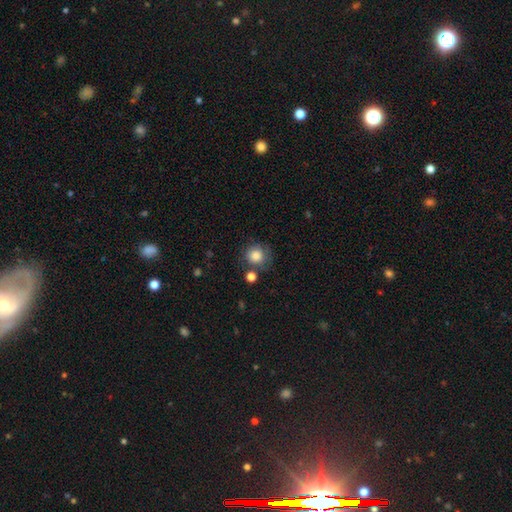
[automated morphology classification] A smooth galaxy with no disk features (82%) that is round (89%).

Vote fractions:
- Smooth or featured? smooth: 82% / star or artifact: 9% / featured or disk: 8%
- How rounded? round: 89% / in between: 10% / cigar-shaped: 1%
- Merging? none: 68% / minor disturbance: 17% / merger: 9% / major disturbance: 6%